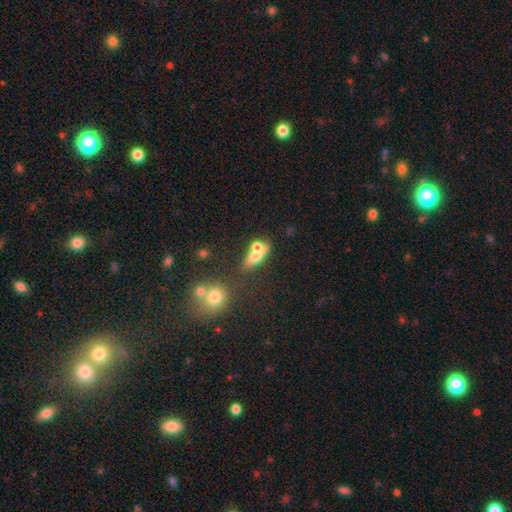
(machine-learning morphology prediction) Q: Smooth or featured?
A: smooth (63%); runner-up: featured or disk (25%)
Q: How rounded?
A: in between (61%); runner-up: round (22%)
Q: Merging?
A: merger (49%); runner-up: none (32%)